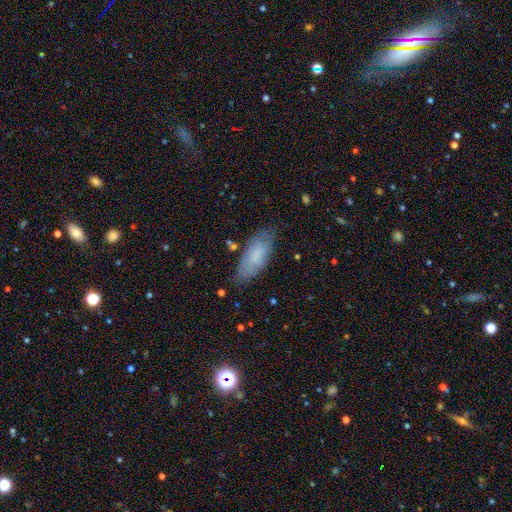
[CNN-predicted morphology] Smooth or featured?
  - smooth: 74% *
  - featured or disk: 18%
  - star or artifact: 7%
How rounded?
  - in between: 83% *
  - cigar-shaped: 15%
  - round: 2%
Merging?
  - none: 76% *
  - minor disturbance: 18%
  - major disturbance: 4%
  - merger: 2%